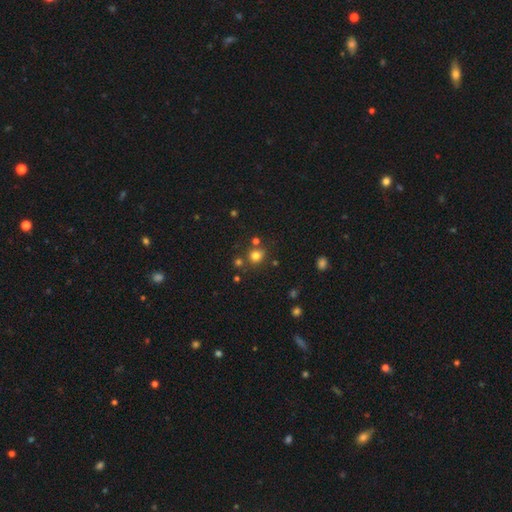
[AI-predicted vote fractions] Morphology: type=smooth (76%); roundness=round (81%); merging=none (71%).